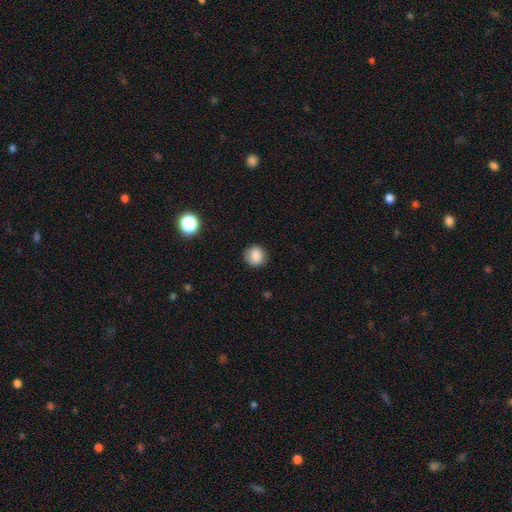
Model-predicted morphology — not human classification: Smooth or featured? Predicted: smooth (p=0.85). How rounded? Predicted: round (p=0.86). Merging? Predicted: none (p=0.86).